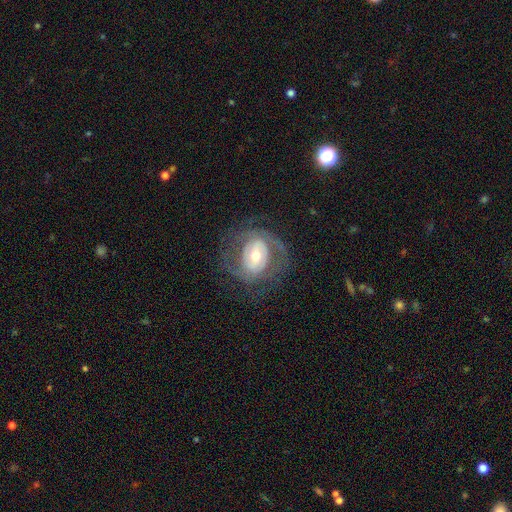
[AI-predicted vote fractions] featured or disk 77%, smooth 17%, star or artifact 7%. Down the decision tree: edge-on disk — no (97%); bar — no (43%); spiral arms — yes (82%); spiral arm count — 2 (56%); spiral winding — tight (46%); bulge size — moderate (58%); merging — none (67%).